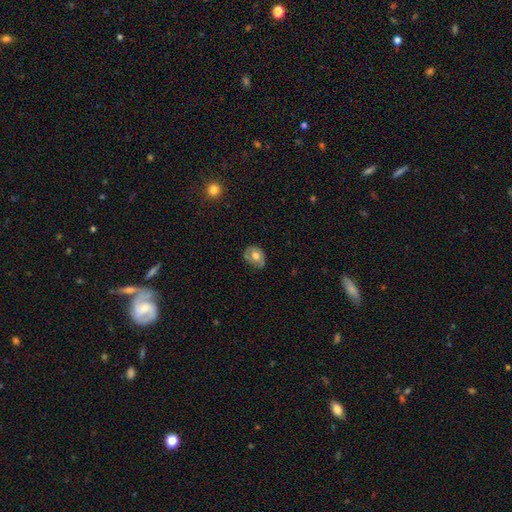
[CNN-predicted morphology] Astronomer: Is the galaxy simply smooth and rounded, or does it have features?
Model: smooth — 54% (runner-up: featured or disk, 38%).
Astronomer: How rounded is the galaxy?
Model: in between — 58% (runner-up: round, 41%).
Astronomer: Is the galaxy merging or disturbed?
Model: none — 67%.